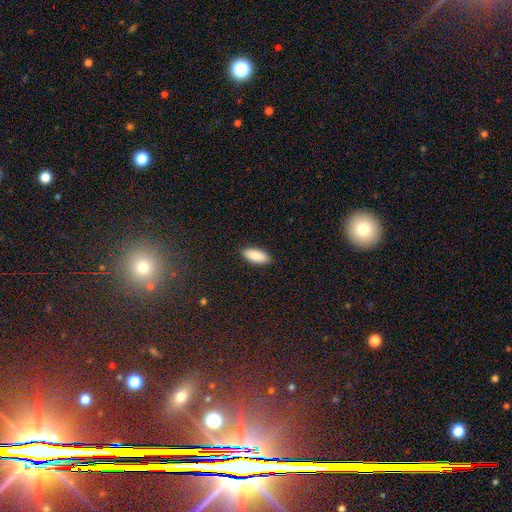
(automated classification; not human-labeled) Morphology: type=smooth (90%); roundness=in between (84%); merging=none (89%).